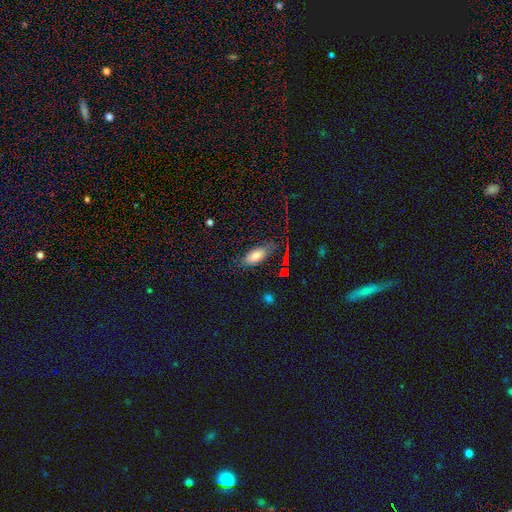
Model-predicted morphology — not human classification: type=smooth (77%); roundness=in between (84%); merging=none (74%).